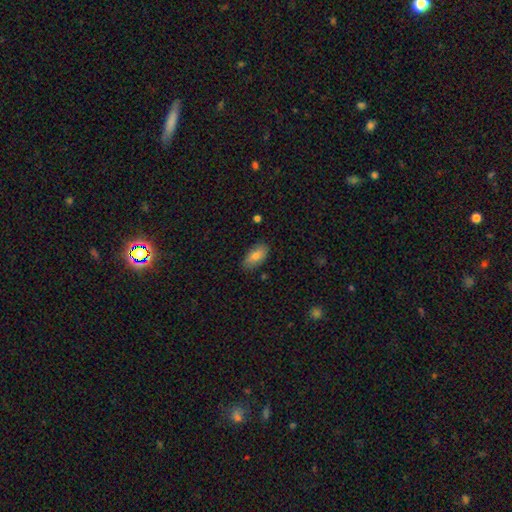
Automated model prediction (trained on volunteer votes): Q: Smooth or featured?
A: smooth (79%); runner-up: featured or disk (14%)
Q: How rounded?
A: in between (90%); runner-up: cigar-shaped (7%)
Q: Merging?
A: none (83%); runner-up: minor disturbance (13%)